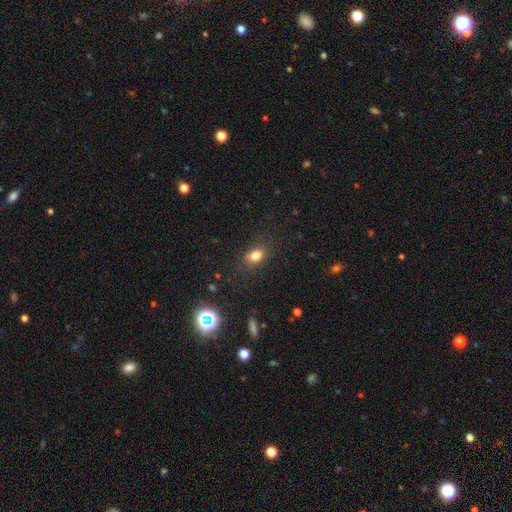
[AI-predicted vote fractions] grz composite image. It shows a smooth galaxy with no disk features (80%) that is in between round and cigar-shaped (74%). Merging: none (84%).